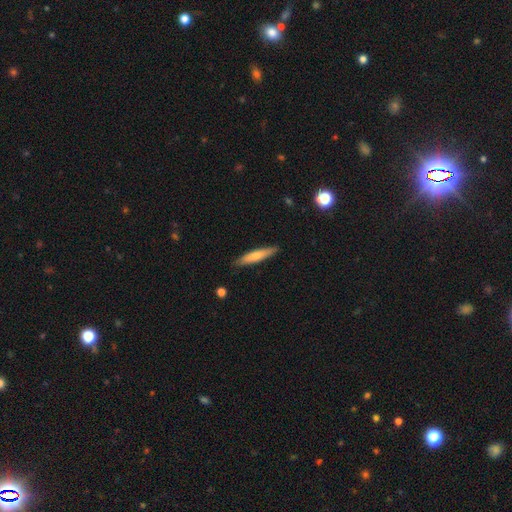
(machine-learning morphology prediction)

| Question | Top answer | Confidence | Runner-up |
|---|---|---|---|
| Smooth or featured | smooth | 68% | featured or disk (27%) |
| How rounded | cigar-shaped | 88% | in between (10%) |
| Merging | none | 87% | minor disturbance (10%) |